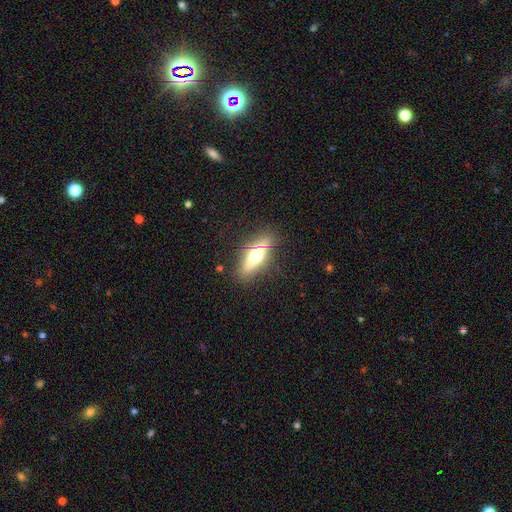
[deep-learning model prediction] This is possibly a featured or disk galaxy (50%). Merging: clearly none (81%).